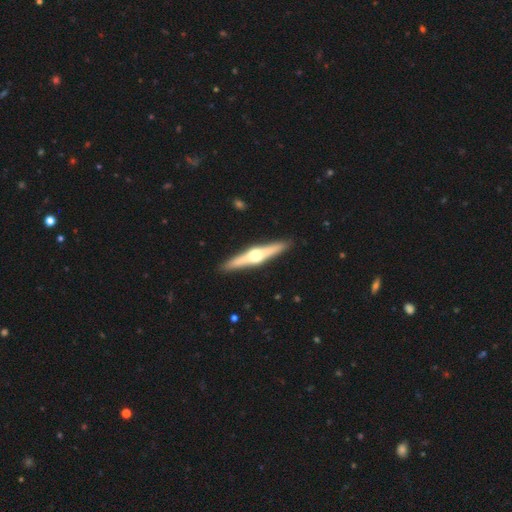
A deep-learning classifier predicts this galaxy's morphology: featured or disk 75%, smooth 20%, star or artifact 5%. Down the decision tree: edge-on disk — yes (98%); edge-on bulge — rounded (95%); merging — none (92%).